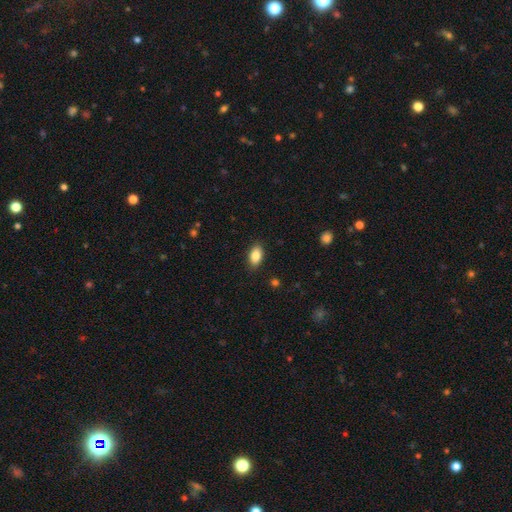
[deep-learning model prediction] smooth-or-featured: smooth: 86% | star or artifact: 8% | featured or disk: 7%
  how-rounded: in between: 91% | round: 6% | cigar-shaped: 3%
  merging: none: 88% | minor disturbance: 9% | major disturbance: 2% | merger: 1%